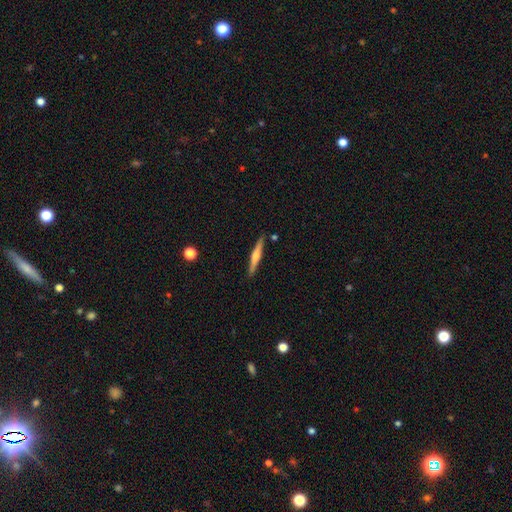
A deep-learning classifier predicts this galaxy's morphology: This appears to be a featured or disk galaxy (62%) viewed edge-on (98%) with a rounded central bulge (82%). Merging: none (89%).